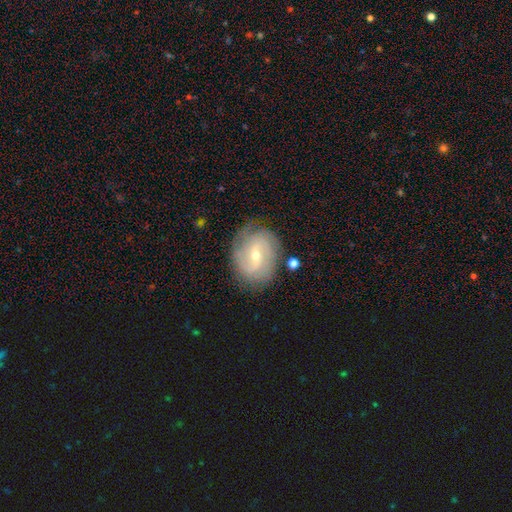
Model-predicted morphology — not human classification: Smooth or featured: featured or disk — 79% (smooth — 15%)
Edge-on disk: no — 96% (yes — 4%)
Bar: weak — 52% (no — 26%)
Spiral arms: yes — 92% (no — 8%)
Spiral winding: tight — 41% (medium — 39%)
Spiral arm count: 2 — 50% (can't tell — 23%)
Bulge size: small — 58% (moderate — 39%)
Merging: none — 78% (minor disturbance — 15%)